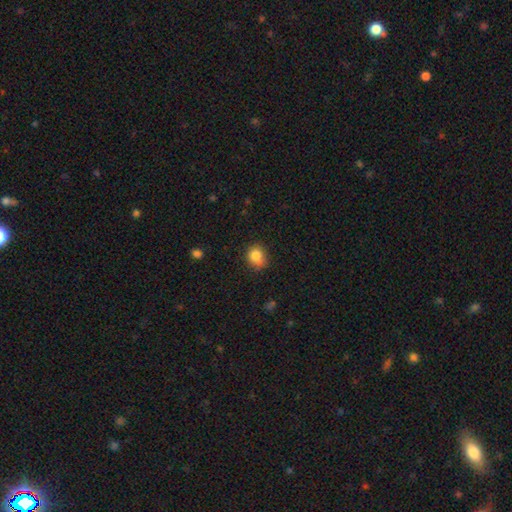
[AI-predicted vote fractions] smooth_or_featured: smooth (p=0.82) [alt: star or artifact p=0.11]
how_rounded: round (p=0.72) [alt: in between p=0.27]
merging: none (p=0.65) [alt: minor disturbance p=0.25]